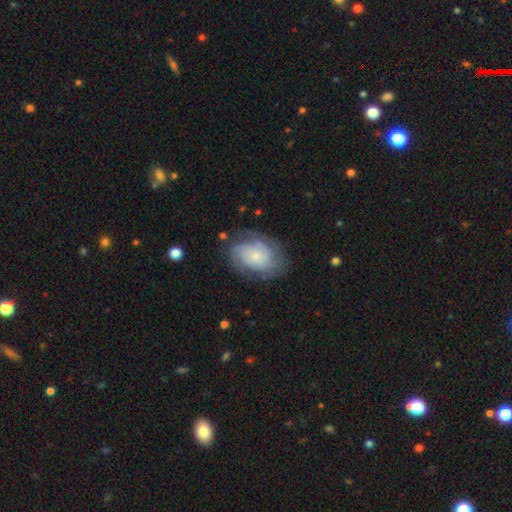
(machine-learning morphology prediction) Overall: featured or disk (57%; smooth 35%). Edge-on disk: no (97%). Bar: no (80%). Spiral arms: yes (83%). Bulge size: small (64%). Merging: none (67%).